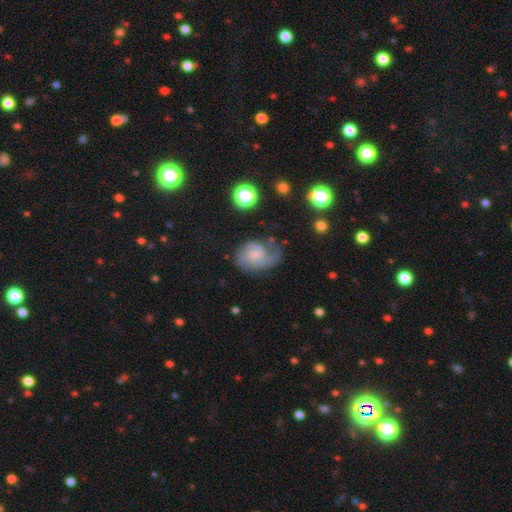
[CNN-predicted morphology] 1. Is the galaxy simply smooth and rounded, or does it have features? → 72% featured or disk, 20% smooth, 8% star or artifact.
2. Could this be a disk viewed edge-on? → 98% no, 2% yes.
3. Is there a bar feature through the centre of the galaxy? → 53% no, 42% weak, 6% strong.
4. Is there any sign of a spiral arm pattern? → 92% yes, 8% no.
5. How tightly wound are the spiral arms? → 48% medium, 29% tight, 23% loose.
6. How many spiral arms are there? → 51% 2, 21% 1, 15% can't tell, 9% 3, 2% 4, 2% more than 4.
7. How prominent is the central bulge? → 54% small, 25% moderate, 17% none, 3% large, 1% dominant.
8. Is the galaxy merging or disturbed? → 48% none, 26% minor disturbance, 24% major disturbance, 3% merger.